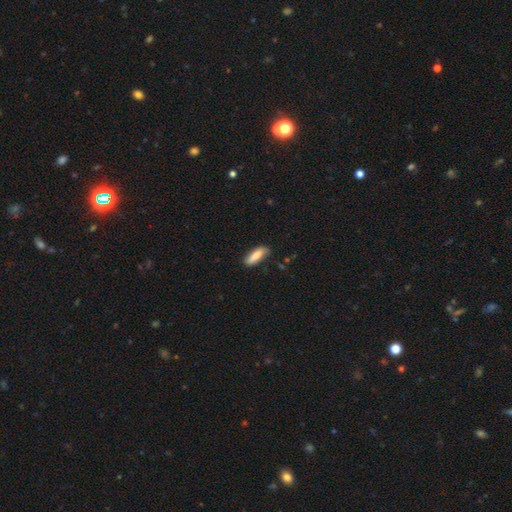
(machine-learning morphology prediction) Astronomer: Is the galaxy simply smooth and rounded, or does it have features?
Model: smooth — 78%.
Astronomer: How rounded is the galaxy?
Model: in between — 54% (runner-up: cigar-shaped, 44%).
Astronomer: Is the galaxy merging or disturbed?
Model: none — 81%.